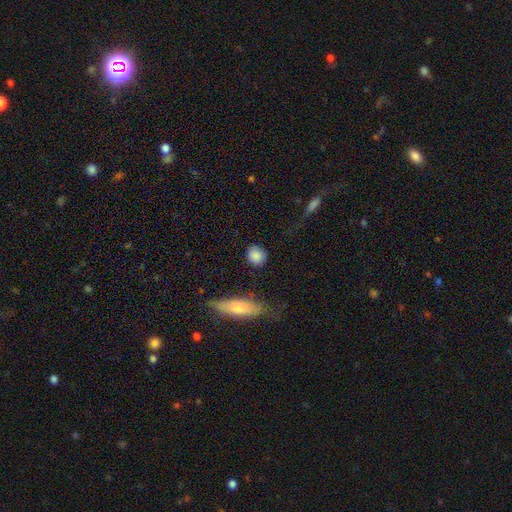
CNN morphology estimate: Smooth or featured?
  - smooth: 86% *
  - star or artifact: 8%
  - featured or disk: 6%
How rounded?
  - round: 80% *
  - in between: 17%
  - cigar-shaped: 3%
Merging?
  - none: 82% *
  - minor disturbance: 11%
  - major disturbance: 4%
  - merger: 3%